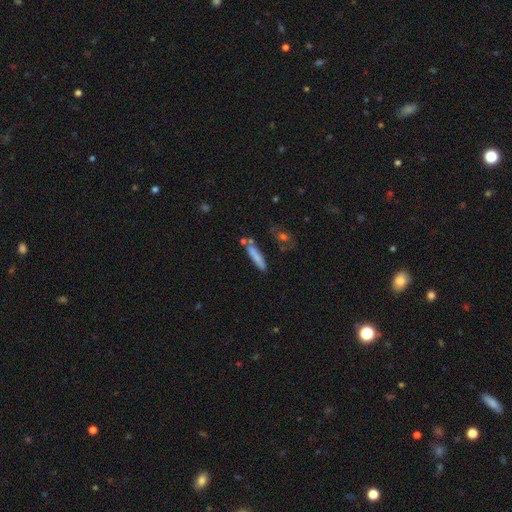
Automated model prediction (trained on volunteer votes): A smooth galaxy with no disk features (75%) that is cigar-shaped (87%).

Vote fractions:
- Smooth or featured? smooth: 75% / featured or disk: 17% / star or artifact: 8%
- How rounded? cigar-shaped: 87% / in between: 11% / round: 2%
- Merging? none: 71% / minor disturbance: 15% / merger: 10% / major disturbance: 4%